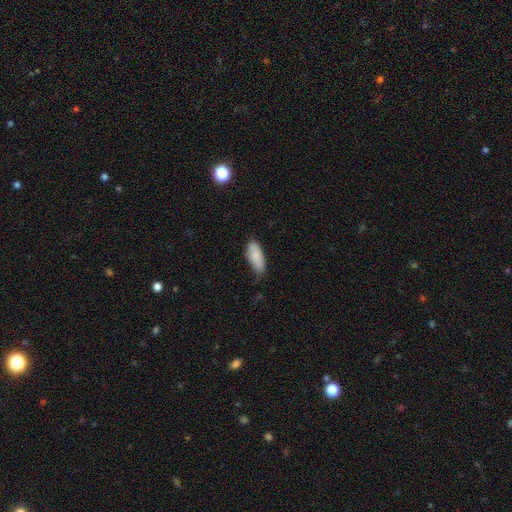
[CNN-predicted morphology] Smooth or featured: smooth — 85% (featured or disk — 9%)
How rounded: in between — 82% (cigar-shaped — 16%)
Merging: none — 55% (minor disturbance — 36%)